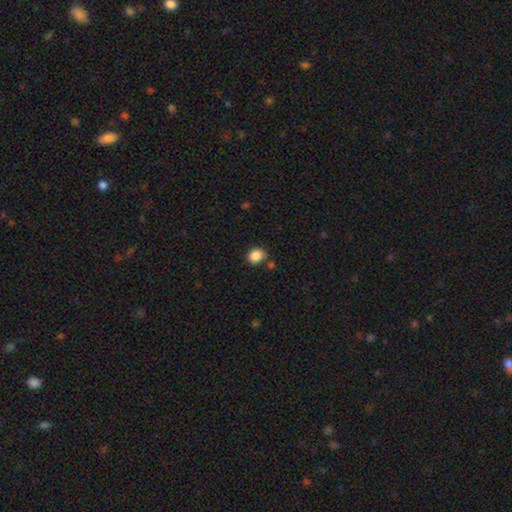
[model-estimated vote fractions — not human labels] Smooth or featured? smooth (87%)
How rounded? round (64%)
Merging? none (76%)